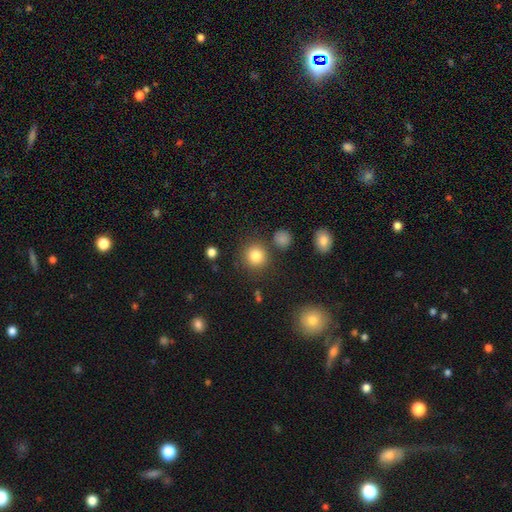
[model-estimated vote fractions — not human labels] Morphology: type=smooth (83%); roundness=round (92%); merging=none (84%).